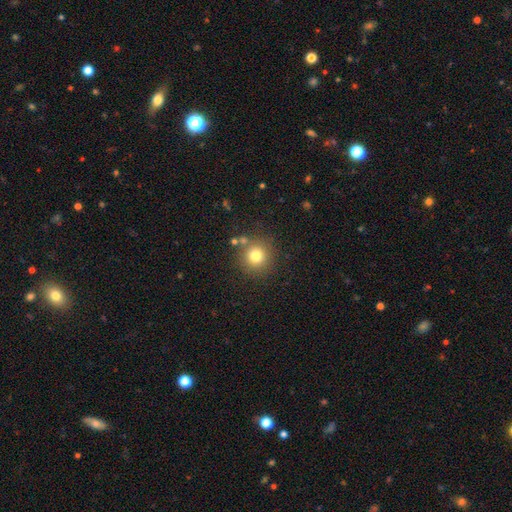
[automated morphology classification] Q: Smooth or featured?
A: smooth (77%); runner-up: star or artifact (14%)
Q: How rounded?
A: round (93%); runner-up: in between (6%)
Q: Merging?
A: none (81%); runner-up: minor disturbance (8%)